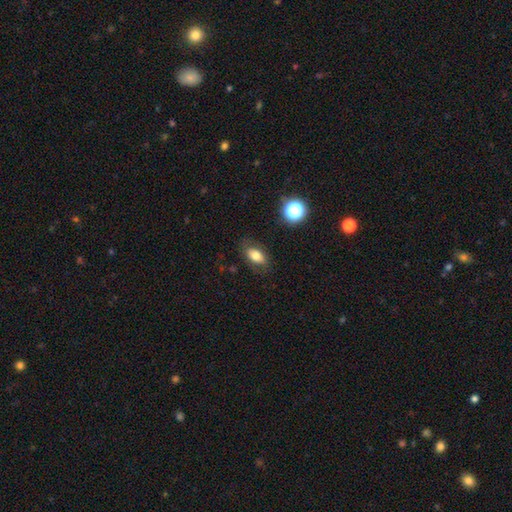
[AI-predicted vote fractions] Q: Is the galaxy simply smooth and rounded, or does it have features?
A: smooth — 76%.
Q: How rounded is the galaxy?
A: in between — 87%.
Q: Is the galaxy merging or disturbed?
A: none — 80%.